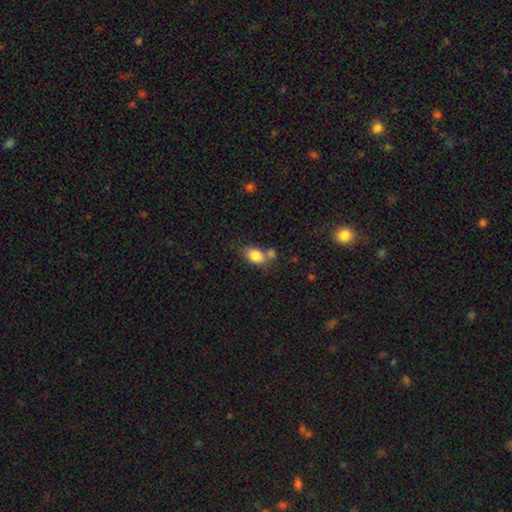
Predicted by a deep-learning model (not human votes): A smooth galaxy with no disk features (84%) that is in between round and cigar-shaped (81%).

Vote fractions:
- Smooth or featured? smooth: 84% / star or artifact: 8% / featured or disk: 8%
- How rounded? in between: 81% / round: 17% / cigar-shaped: 2%
- Merging? none: 49% / merger: 29% / minor disturbance: 16% / major disturbance: 6%